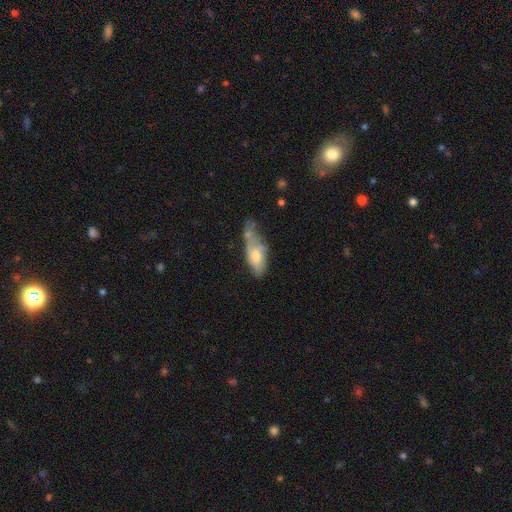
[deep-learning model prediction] smooth 55%, featured or disk 38%, star or artifact 7%. Down the decision tree: how rounded — in between (77%); merging — minor disturbance (30%).